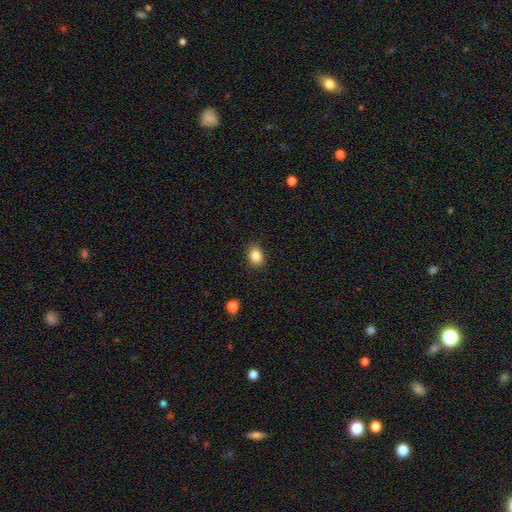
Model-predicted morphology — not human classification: smooth-or-featured: smooth: 86% | star or artifact: 9% | featured or disk: 5%
  how-rounded: in between: 64% | round: 35% | cigar-shaped: 1%
  merging: none: 88% | minor disturbance: 9% | major disturbance: 2% | merger: 1%